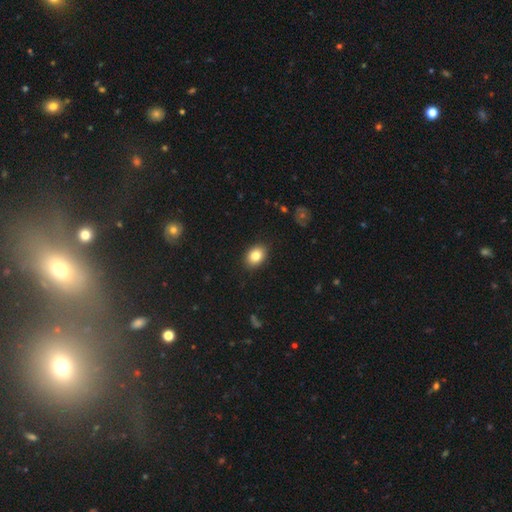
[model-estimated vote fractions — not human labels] smooth-or-featured: smooth: 83% | star or artifact: 9% | featured or disk: 8%
  how-rounded: in between: 68% | round: 31% | cigar-shaped: 1%
  merging: none: 88% | minor disturbance: 9% | major disturbance: 2% | merger: 1%